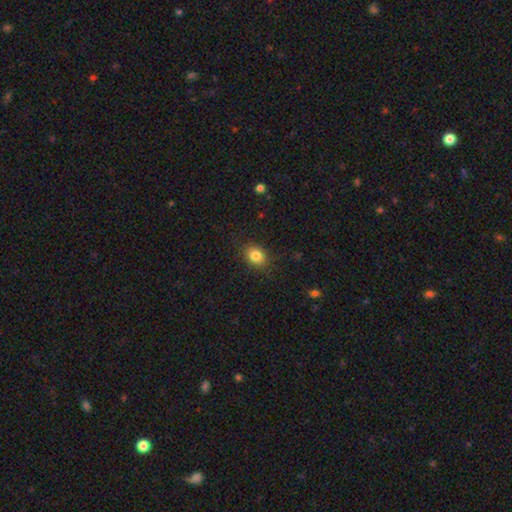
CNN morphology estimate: type=smooth (84%); roundness=in between (58%); merging=none (86%).